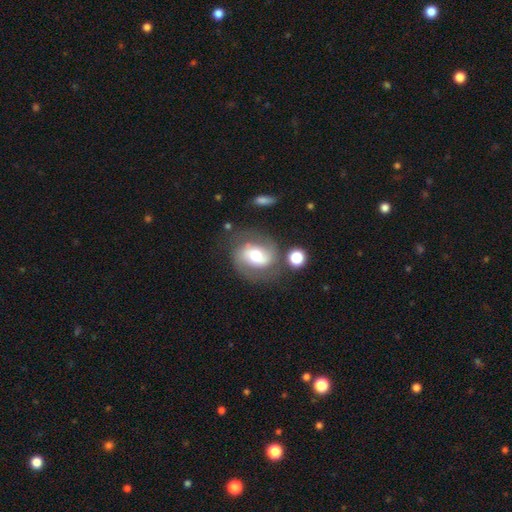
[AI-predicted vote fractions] featured or disk 67%, smooth 26%, star or artifact 8%. Down the decision tree: edge-on disk — no (97%); bar — no (39%); spiral arms — yes (84%); spiral arm count — 2 (85%); spiral winding — medium (48%); bulge size — moderate (67%); merging — none (64%).